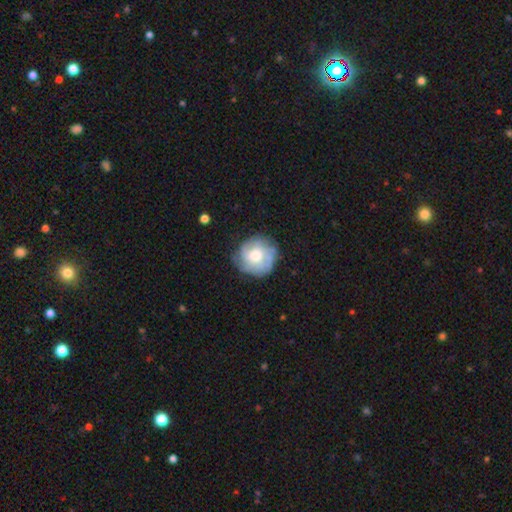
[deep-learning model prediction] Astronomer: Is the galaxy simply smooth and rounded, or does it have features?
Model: featured or disk — 57% (runner-up: smooth, 36%).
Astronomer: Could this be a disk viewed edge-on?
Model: no — 97%.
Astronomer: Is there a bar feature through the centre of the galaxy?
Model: no — 77%.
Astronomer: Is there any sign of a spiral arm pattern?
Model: yes — 76%.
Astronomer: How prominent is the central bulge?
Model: moderate — 60%.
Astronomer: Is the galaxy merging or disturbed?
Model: none — 73%.